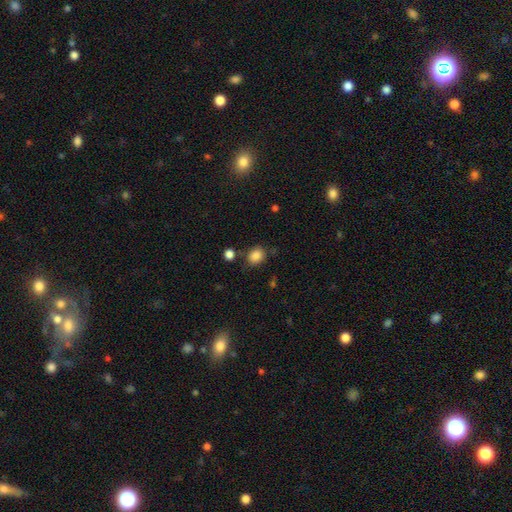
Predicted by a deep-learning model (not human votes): Overall: smooth (85%). How rounded: round (63%; in between 36%). Merging: none (77%).